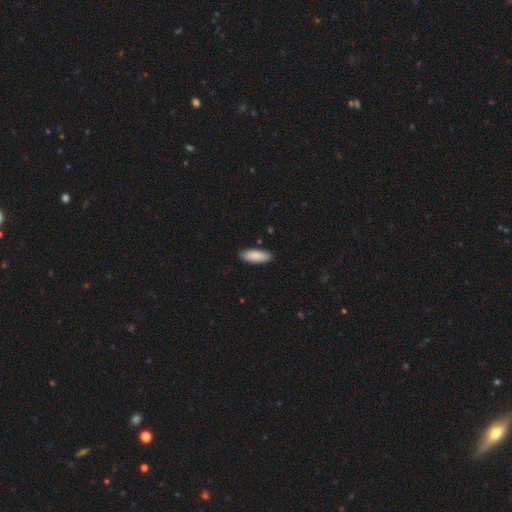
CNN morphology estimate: smooth-or-featured: smooth: 88% | featured or disk: 6% | star or artifact: 6%
  how-rounded: in between: 74% | cigar-shaped: 24% | round: 2%
  merging: none: 88% | minor disturbance: 9% | major disturbance: 2% | merger: 1%